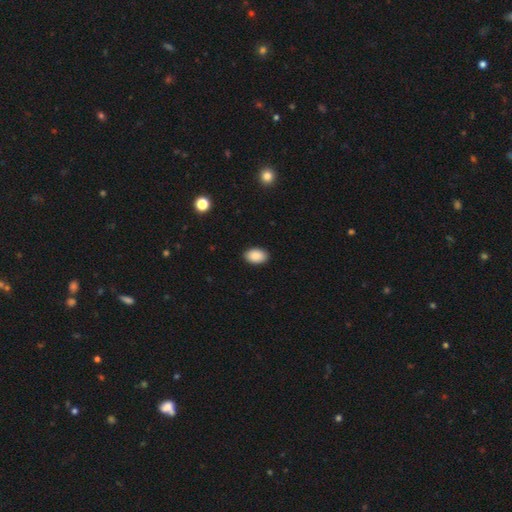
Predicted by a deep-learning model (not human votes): Smooth or featured? Predicted: smooth (p=0.90). How rounded? Predicted: in between (p=0.88). Merging? Predicted: none (p=0.90).